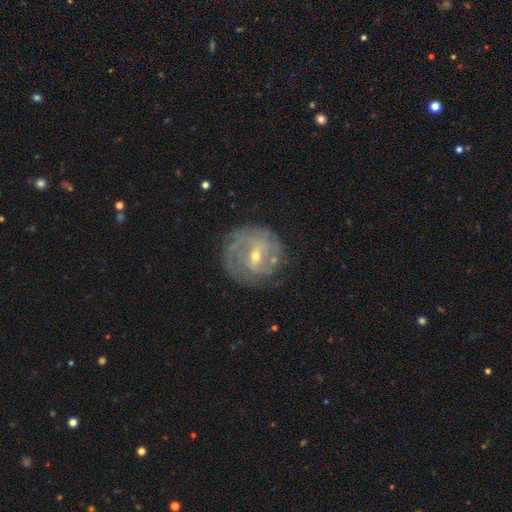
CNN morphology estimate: Smooth or featured? featured or disk (80%)
Edge-on disk? no (97%)
Bar? weak (53%)
Spiral arms? yes (87%)
Spiral winding? tight (61%)
Spiral arm count? can't tell (42%)
Bulge size? small (60%)
Merging? none (74%)